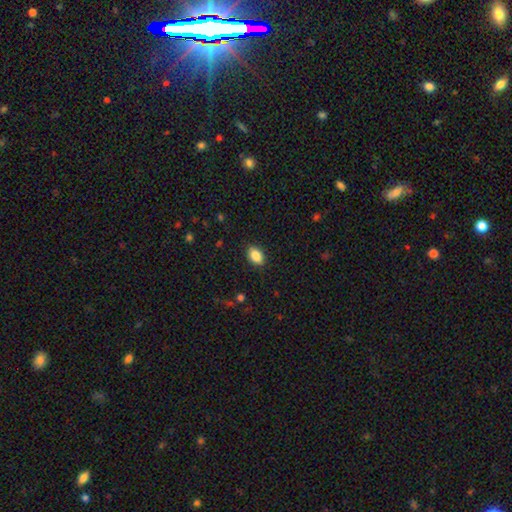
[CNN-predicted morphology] Smooth or featured? smooth (86%)
How rounded? in between (87%)
Merging? none (88%)